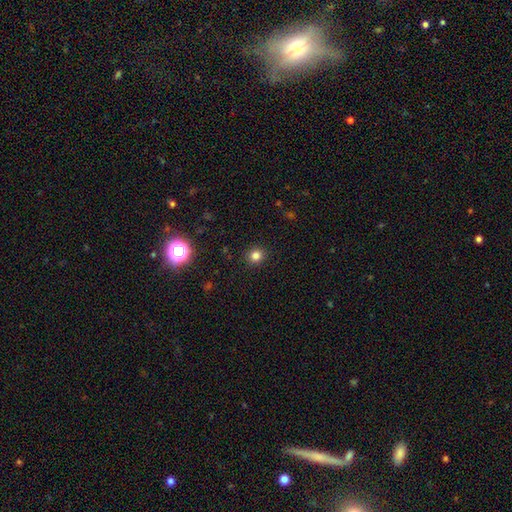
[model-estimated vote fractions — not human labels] The model was most divided on "smooth or featured": smooth: 81%, star or artifact: 14%, featured or disk: 5%. More confident: merging — none (92%); how rounded — round (89%).